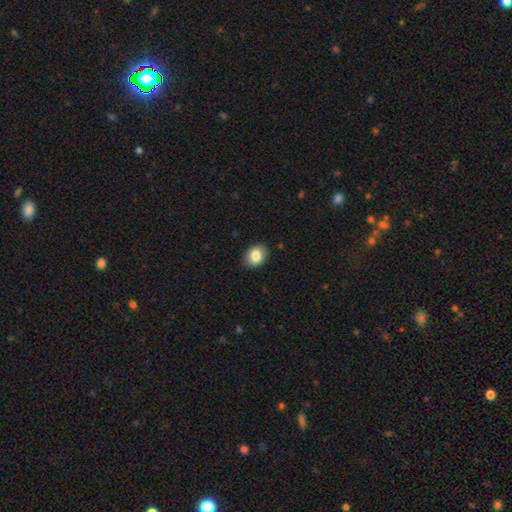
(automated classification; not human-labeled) The model was most divided on "how rounded": in between: 61%, round: 38%, cigar-shaped: 1%. More confident: merging — none (87%); smooth or featured — smooth (85%).